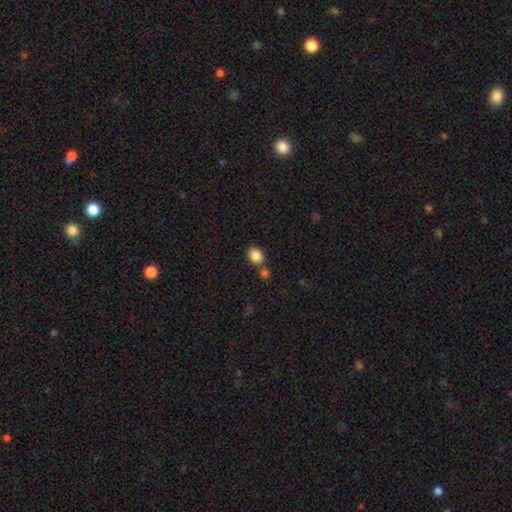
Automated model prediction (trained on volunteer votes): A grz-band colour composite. It shows a smooth galaxy with no disk features (86%) that is round (55%). Merging: none (64%).